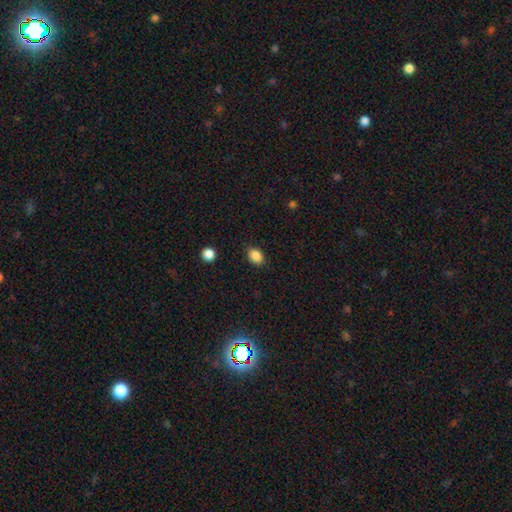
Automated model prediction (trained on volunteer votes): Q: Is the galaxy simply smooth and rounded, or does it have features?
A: smooth — 87%.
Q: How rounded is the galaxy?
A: in between — 71%.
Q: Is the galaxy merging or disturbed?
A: none — 85%.